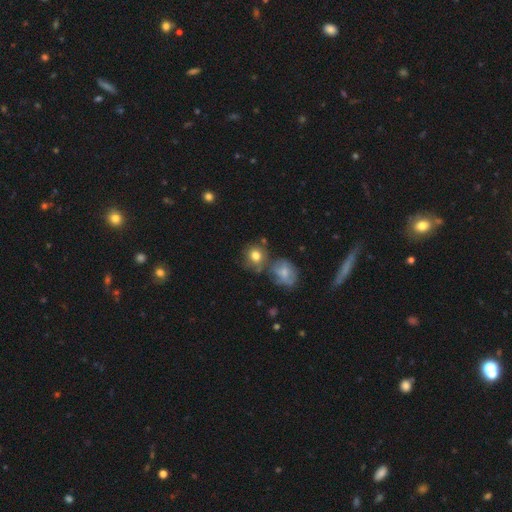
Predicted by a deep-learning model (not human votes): This is likely a smooth galaxy (73%). How rounded: likely round (78%). Merging: possibly none (56%).